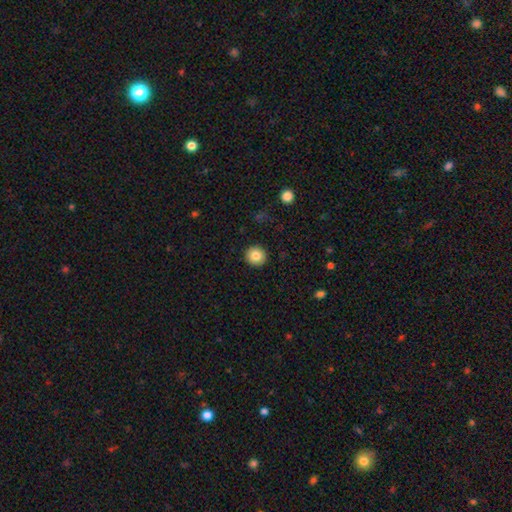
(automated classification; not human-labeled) The model was most divided on "smooth or featured": smooth: 84%, star or artifact: 9%, featured or disk: 7%. More confident: how rounded — round (94%); merging — none (93%).